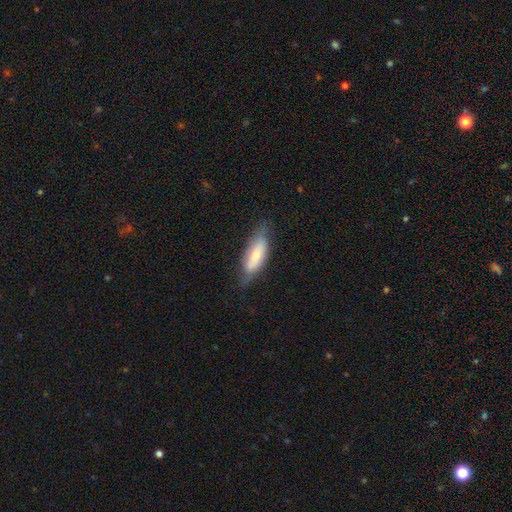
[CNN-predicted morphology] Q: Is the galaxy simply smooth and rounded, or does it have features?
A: smooth — 66%.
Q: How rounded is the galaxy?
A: in between — 67%.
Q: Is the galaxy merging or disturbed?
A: none — 64%.